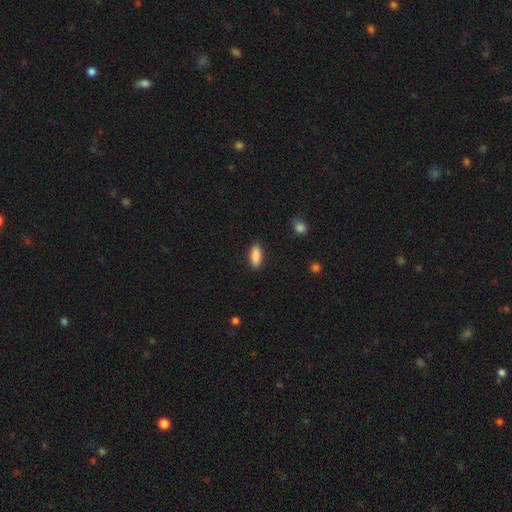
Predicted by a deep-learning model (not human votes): smooth 90%, star or artifact 7%, featured or disk 4%. Down the decision tree: how rounded — in between (80%); merging — none (88%).